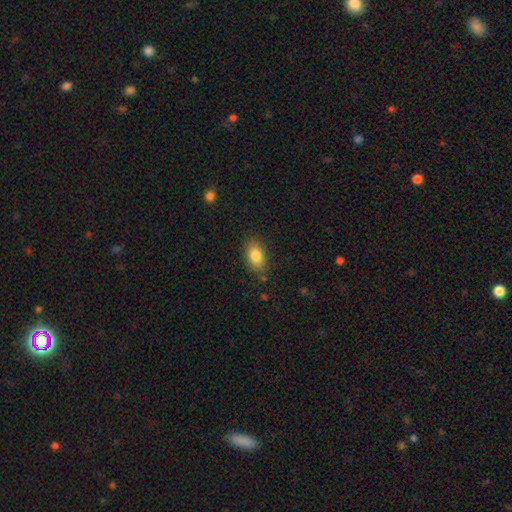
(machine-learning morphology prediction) Smooth or featured? Predicted: smooth (p=0.83). How rounded? Predicted: in between (p=0.86). Merging? Predicted: none (p=0.81).